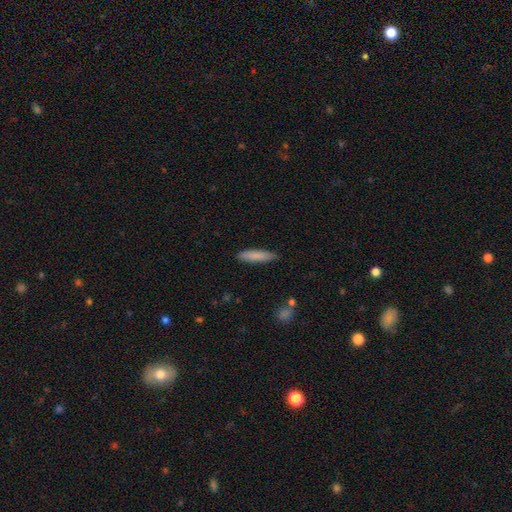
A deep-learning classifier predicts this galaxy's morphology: Smooth or featured: smooth — 83% (featured or disk — 11%)
How rounded: cigar-shaped — 81% (in between — 18%)
Merging: none — 87% (minor disturbance — 10%)